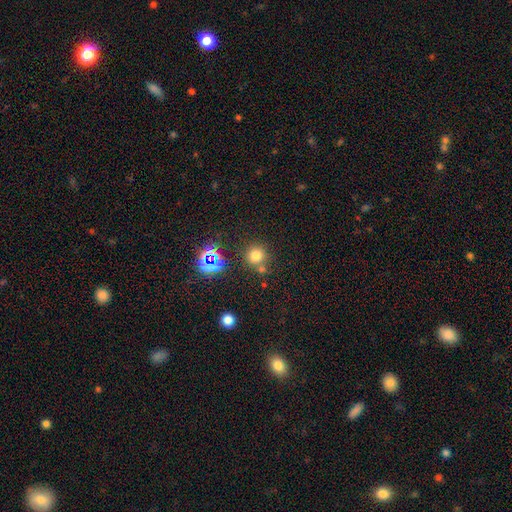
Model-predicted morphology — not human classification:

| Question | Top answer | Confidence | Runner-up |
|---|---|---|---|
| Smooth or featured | smooth | 70% | star or artifact (22%) |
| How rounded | round | 92% | in between (7%) |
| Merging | none | 73% | merger (14%) |